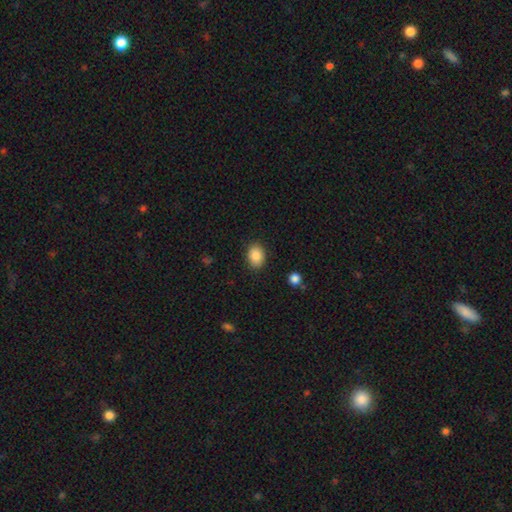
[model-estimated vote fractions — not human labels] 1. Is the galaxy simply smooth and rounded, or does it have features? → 88% smooth, 8% star or artifact, 4% featured or disk.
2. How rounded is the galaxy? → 72% in between, 27% round, 1% cigar-shaped.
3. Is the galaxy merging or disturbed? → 87% none, 9% minor disturbance, 3% major disturbance, 1% merger.